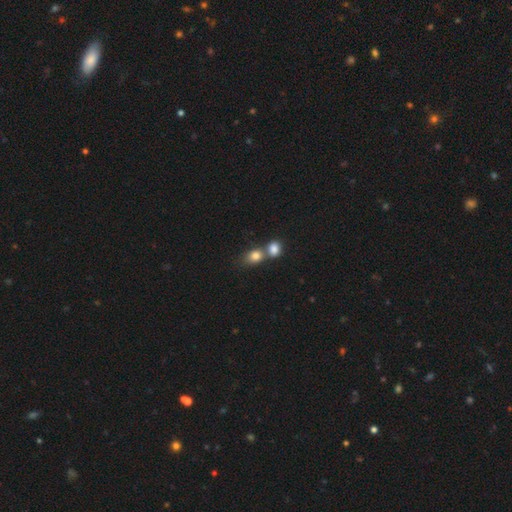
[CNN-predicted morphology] This is clearly a smooth galaxy (82%). How rounded: possibly in between (54%). Merging: possibly merger (56%).